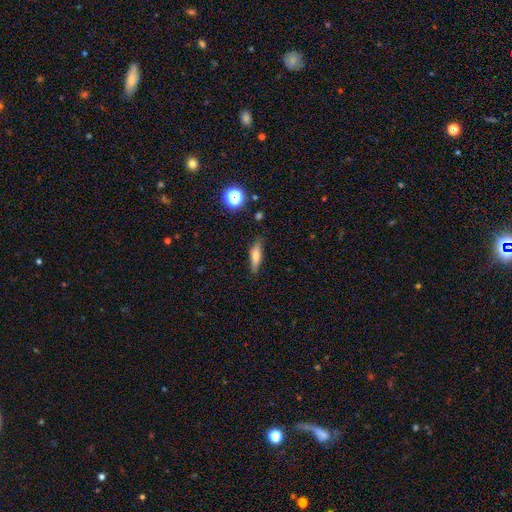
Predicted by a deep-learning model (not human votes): Overall: smooth (64%; featured or disk 27%). How rounded: cigar-shaped (63%; in between 34%). Merging: none (82%).